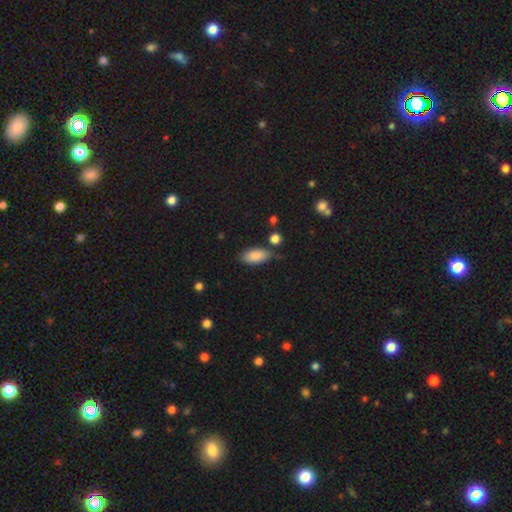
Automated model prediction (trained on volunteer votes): This appears to be a smooth galaxy with no disk features (86%) that is in between round and cigar-shaped (90%). Merging: none (71%).